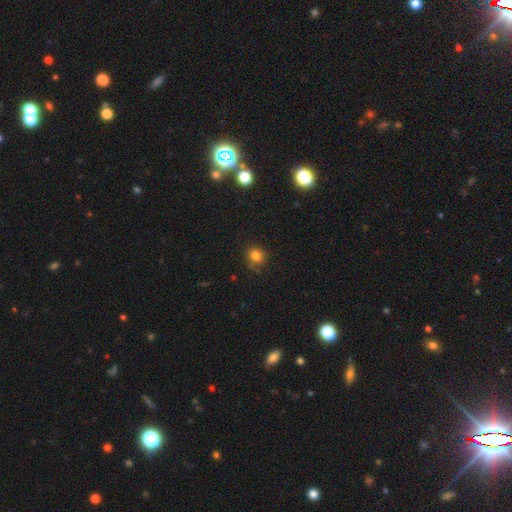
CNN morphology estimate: This appears to be a smooth galaxy with no disk features (82%) that is round (87%). Merging: none (82%).